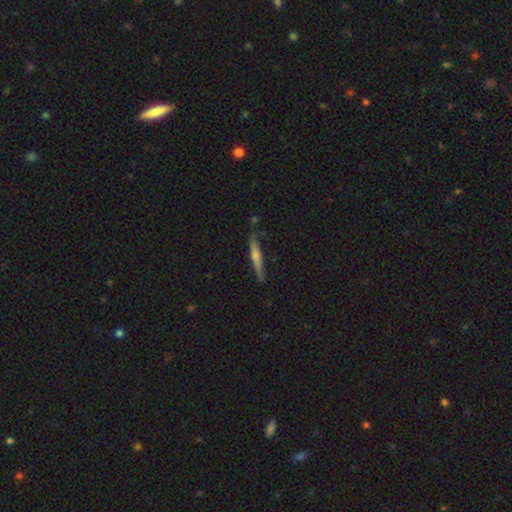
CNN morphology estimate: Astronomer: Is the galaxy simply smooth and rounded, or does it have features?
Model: featured or disk — 62%.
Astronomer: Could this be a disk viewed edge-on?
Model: yes — 95%.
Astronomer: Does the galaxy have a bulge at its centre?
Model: rounded — 70%.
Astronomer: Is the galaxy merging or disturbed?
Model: none — 78%.